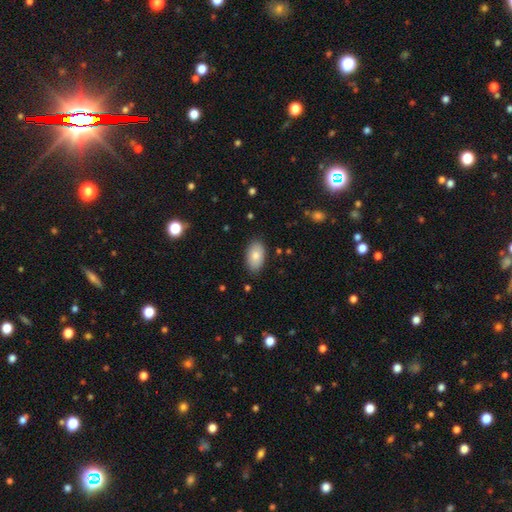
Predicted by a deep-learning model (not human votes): smooth_or_featured: smooth (p=0.82) [alt: featured or disk p=0.11]
how_rounded: in between (p=0.94) [alt: round p=0.04]
merging: none (p=0.85) [alt: minor disturbance p=0.12]